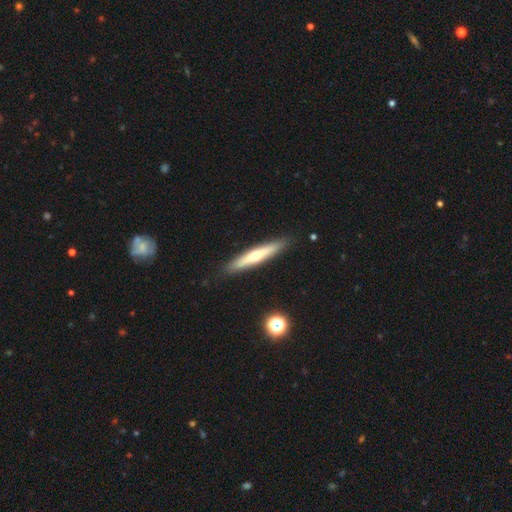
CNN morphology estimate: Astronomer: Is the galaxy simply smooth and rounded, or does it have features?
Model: featured or disk — 51% (runner-up: smooth, 43%).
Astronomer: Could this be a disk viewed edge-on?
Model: yes — 92%.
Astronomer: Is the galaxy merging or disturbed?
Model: none — 90%.